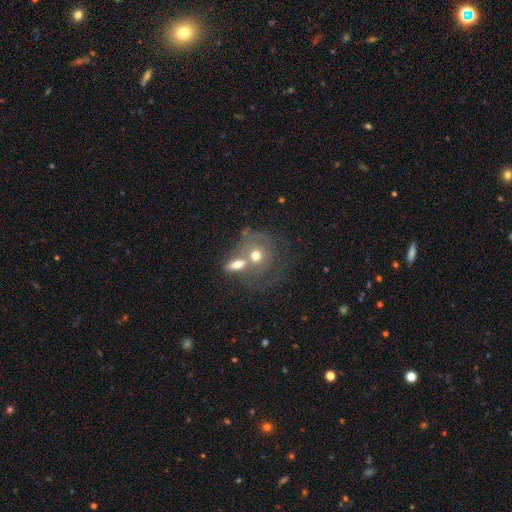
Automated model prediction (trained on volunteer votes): smooth_or_featured: smooth (p=0.57) [alt: featured or disk p=0.34]
how_rounded: round (p=0.65) [alt: in between p=0.33]
merging: merger (p=0.54) [alt: none p=0.27]